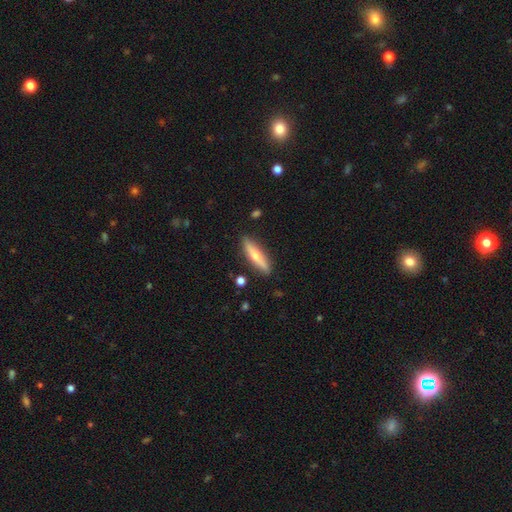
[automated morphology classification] Smooth or featured?
  - featured or disk: 49% *
  - smooth: 45%
  - star or artifact: 6%
Merging?
  - none: 88% *
  - minor disturbance: 9%
  - major disturbance: 2%
  - merger: 2%